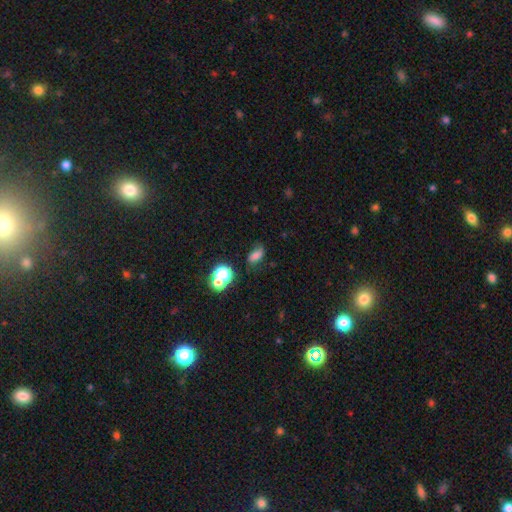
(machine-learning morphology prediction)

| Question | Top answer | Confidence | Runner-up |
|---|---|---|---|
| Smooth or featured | smooth | 63% | featured or disk (19%) |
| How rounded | in between | 80% | round (15%) |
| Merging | none | 64% | minor disturbance (22%) |